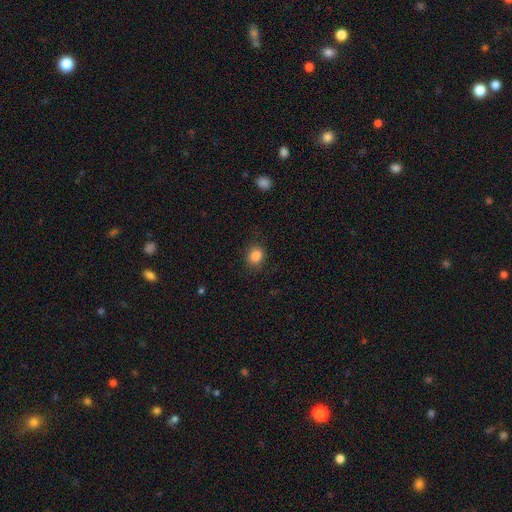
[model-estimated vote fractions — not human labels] Q: Smooth or featured?
A: smooth (85%); runner-up: star or artifact (10%)
Q: How rounded?
A: round (66%); runner-up: in between (33%)
Q: Merging?
A: none (86%); runner-up: minor disturbance (10%)